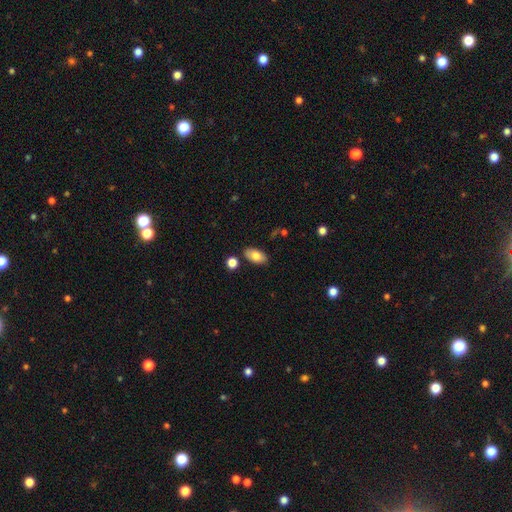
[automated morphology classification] smooth-or-featured: smooth: 79% | featured or disk: 13% | star or artifact: 7%
  how-rounded: in between: 93% | round: 5% | cigar-shaped: 2%
  merging: none: 82% | minor disturbance: 11% | merger: 4% | major disturbance: 2%